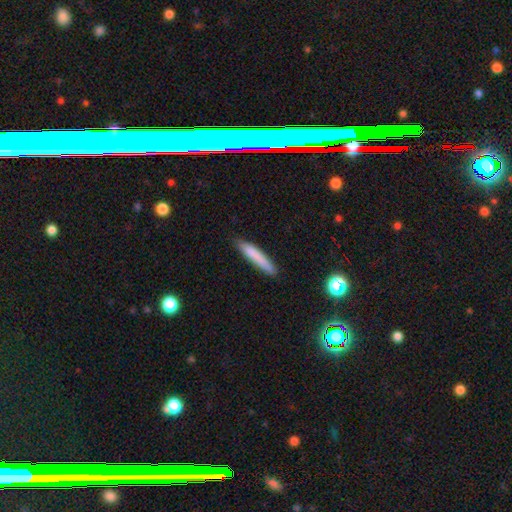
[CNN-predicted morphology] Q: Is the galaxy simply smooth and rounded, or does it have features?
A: smooth — 78%.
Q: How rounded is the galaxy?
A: cigar-shaped — 93%.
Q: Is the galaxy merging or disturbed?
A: none — 84%.